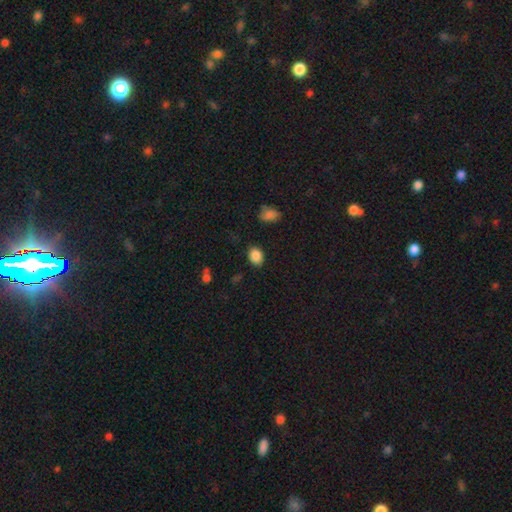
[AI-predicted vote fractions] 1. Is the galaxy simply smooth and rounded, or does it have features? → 87% smooth, 9% star or artifact, 4% featured or disk.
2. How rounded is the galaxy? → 67% in between, 32% round, 1% cigar-shaped.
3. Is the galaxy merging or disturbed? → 86% none, 10% minor disturbance, 3% major disturbance, 2% merger.